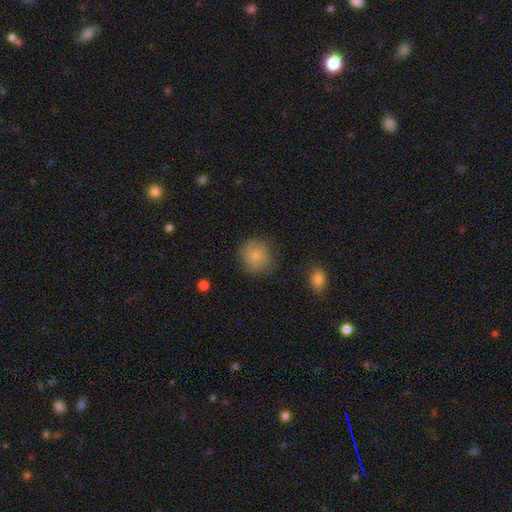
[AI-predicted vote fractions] smooth_or_featured: smooth (p=0.81) [alt: featured or disk p=0.10]
how_rounded: round (p=0.86) [alt: in between p=0.13]
merging: none (p=0.79) [alt: minor disturbance p=0.15]